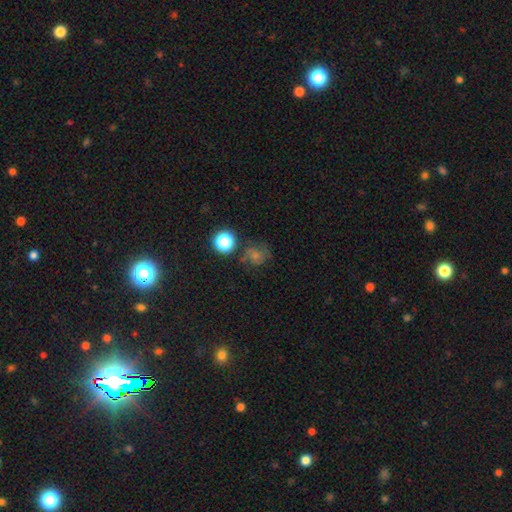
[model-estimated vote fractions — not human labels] smooth 43%, star or artifact 32%, featured or disk 25%. Down the decision tree: merging — none (66%).